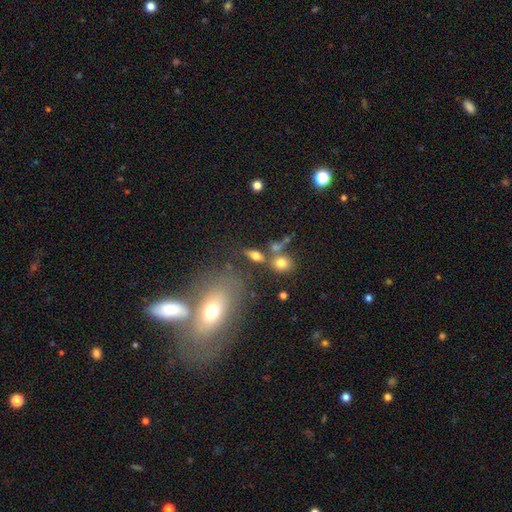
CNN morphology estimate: The model was most divided on "merging": none: 57%, merger: 22%, minor disturbance: 13%, major disturbance: 7%. More confident: how rounded — in between (70%); smooth or featured — smooth (62%).